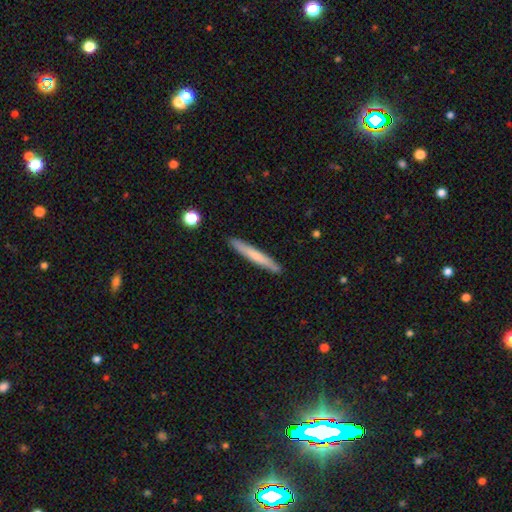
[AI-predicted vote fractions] Overall: smooth (64%; featured or disk 31%). How rounded: cigar-shaped (96%). Merging: none (90%).